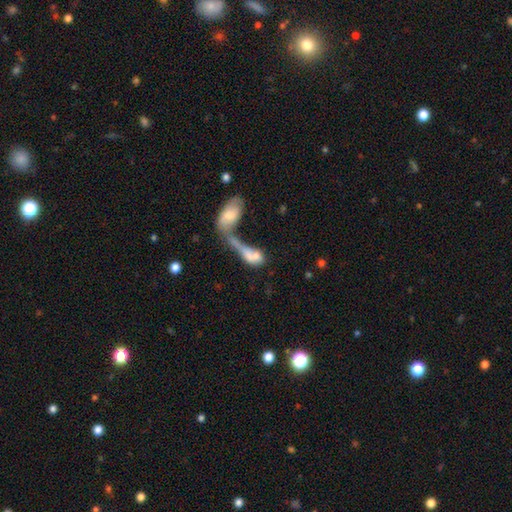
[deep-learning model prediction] Smooth or featured? smooth (65%)
How rounded? in between (70%)
Merging? merger (70%)